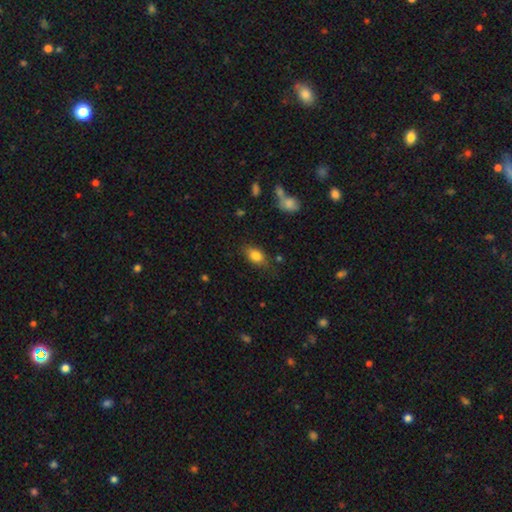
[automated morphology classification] Smooth or featured: smooth — 81% (featured or disk — 10%)
How rounded: in between — 82% (round — 14%)
Merging: none — 73% (minor disturbance — 19%)